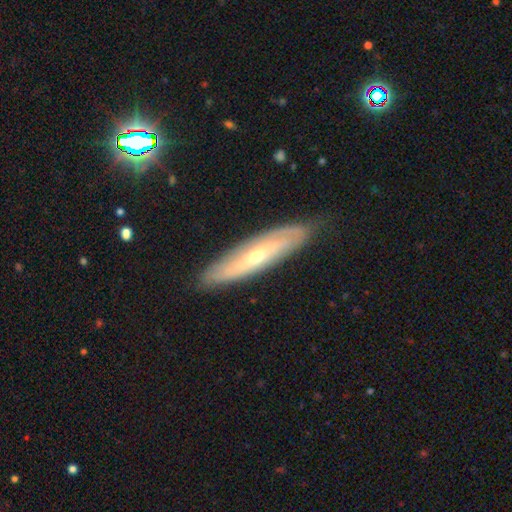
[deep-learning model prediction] This appears to be a featured or disk galaxy (67%). Merging: none (83%).